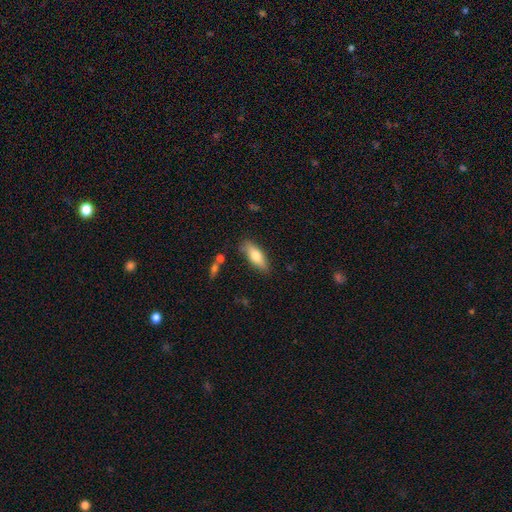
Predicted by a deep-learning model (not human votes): Smooth or featured: smooth — 73% (featured or disk — 21%)
How rounded: in between — 64% (cigar-shaped — 34%)
Merging: none — 82% (minor disturbance — 13%)